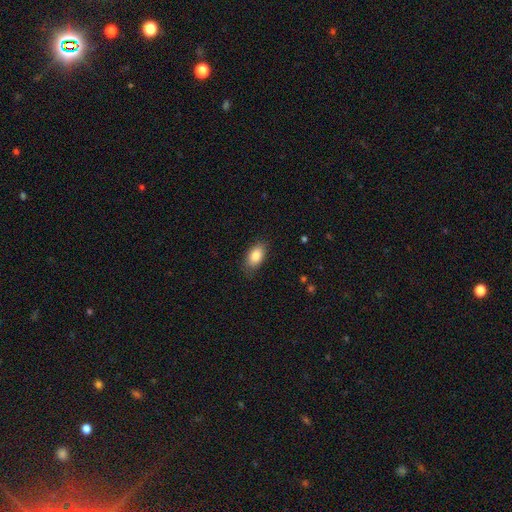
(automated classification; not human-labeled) smooth_or_featured: smooth (p=0.84) [alt: featured or disk p=0.09]
how_rounded: in between (p=0.91) [alt: round p=0.06]
merging: none (p=0.84) [alt: minor disturbance p=0.13]